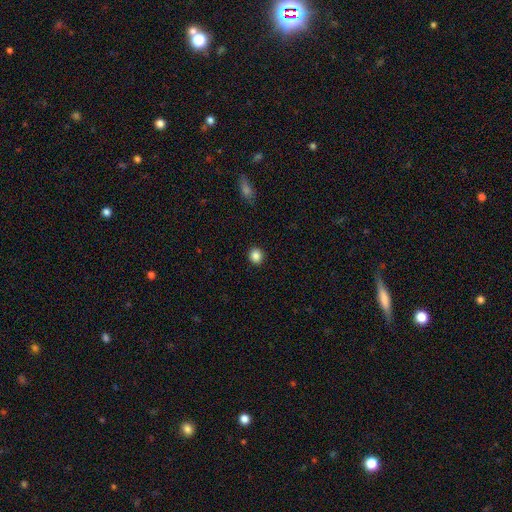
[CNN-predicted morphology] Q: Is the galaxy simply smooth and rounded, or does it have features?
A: smooth — 86%.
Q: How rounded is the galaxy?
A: round — 78%.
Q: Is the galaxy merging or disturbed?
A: none — 91%.